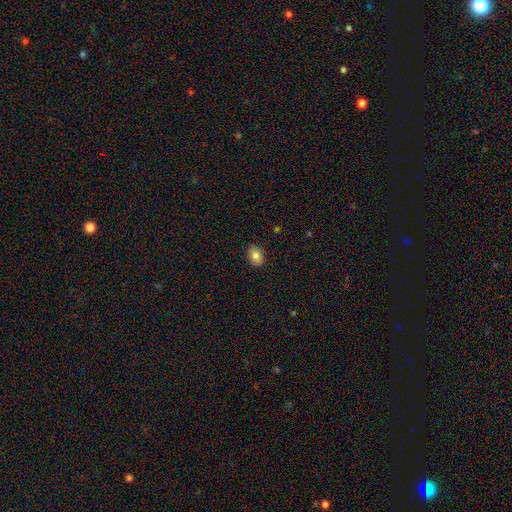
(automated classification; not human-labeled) This is clearly a smooth galaxy (84%). How rounded: likely in between (71%). Merging: clearly none (89%).